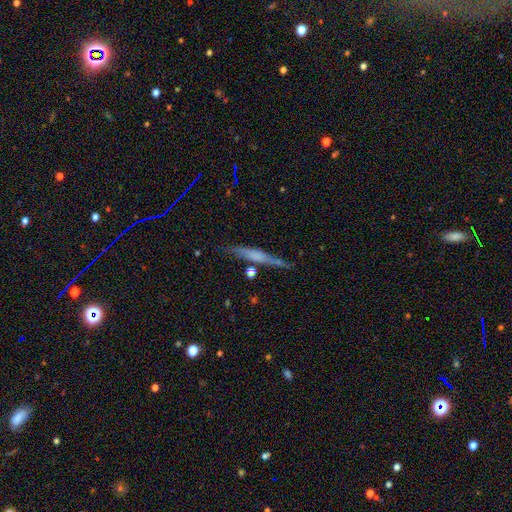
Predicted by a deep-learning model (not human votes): featured or disk 53%, smooth 40%, star or artifact 7%. Down the decision tree: edge-on disk — yes (93%); merging — none (73%).